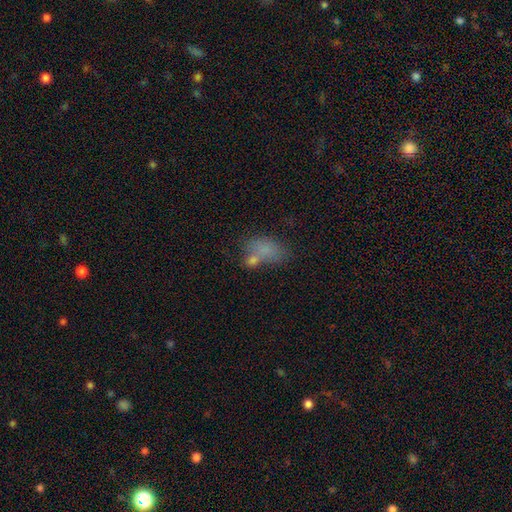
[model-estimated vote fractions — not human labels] Smooth or featured? smooth (71%)
How rounded? in between (84%)
Merging? merger (42%)